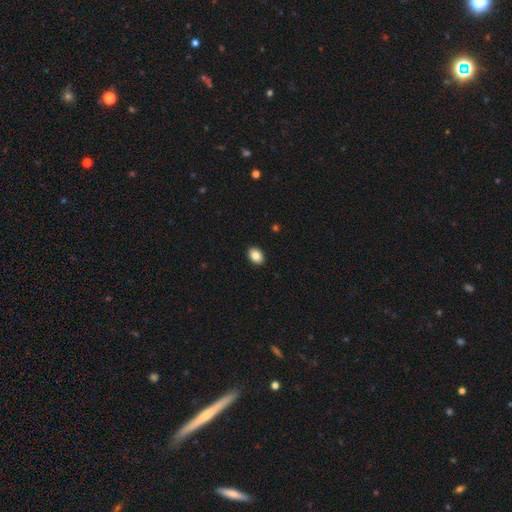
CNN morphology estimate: The model was most divided on "how rounded": in between: 79%, round: 20%, cigar-shaped: 1%. More confident: merging — none (91%); smooth or featured — smooth (86%).